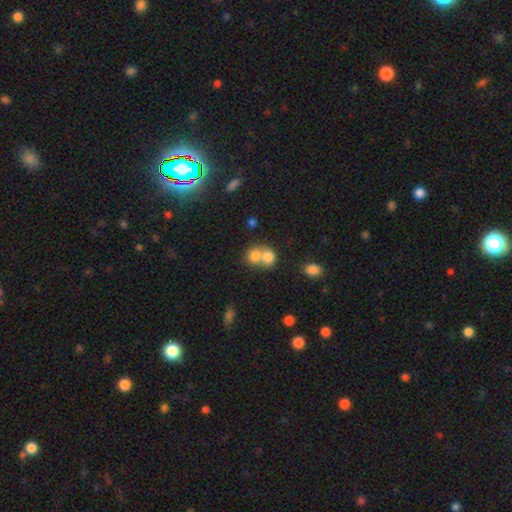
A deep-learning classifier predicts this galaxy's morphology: type=smooth (77%); roundness=round (70%); merging=merger (65%).